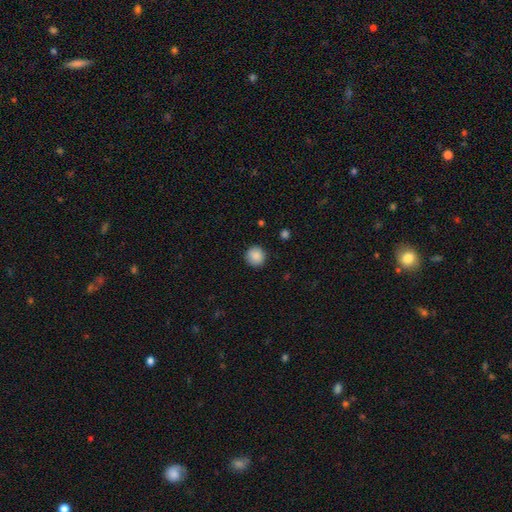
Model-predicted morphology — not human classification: smooth 88%, star or artifact 9%, featured or disk 3%. Down the decision tree: how rounded — round (93%); merging — none (91%).